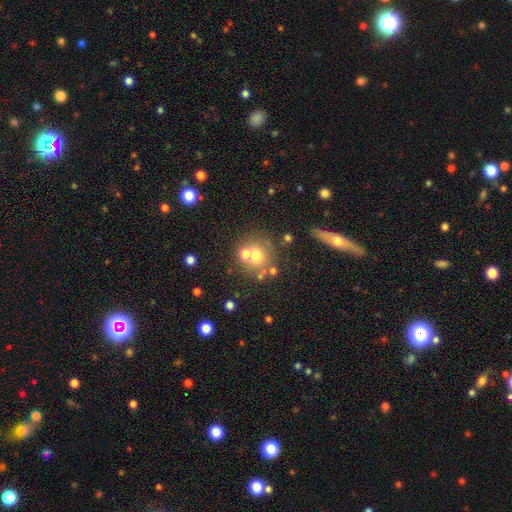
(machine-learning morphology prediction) smooth 62%, featured or disk 22%, star or artifact 16%. Down the decision tree: how rounded — round (86%); merging — none (55%).